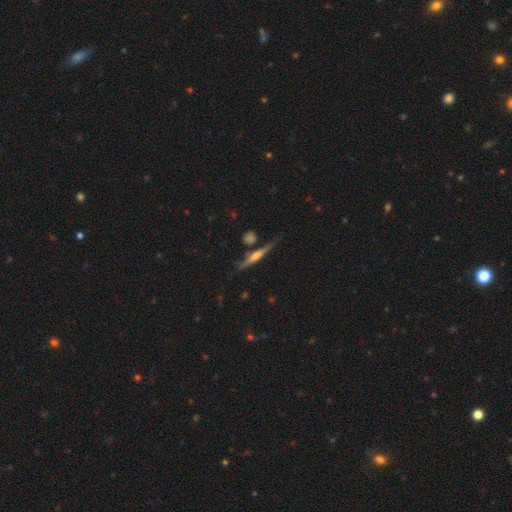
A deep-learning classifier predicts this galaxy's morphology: smooth_or_featured: featured or disk (p=0.67) [alt: smooth p=0.26]
disk_edge_on: yes (p=0.97) [alt: no p=0.03]
edge_on_bulge: rounded (p=0.74) [alt: boxy p=0.14]
merging: none (p=0.78) [alt: minor disturbance p=0.12]